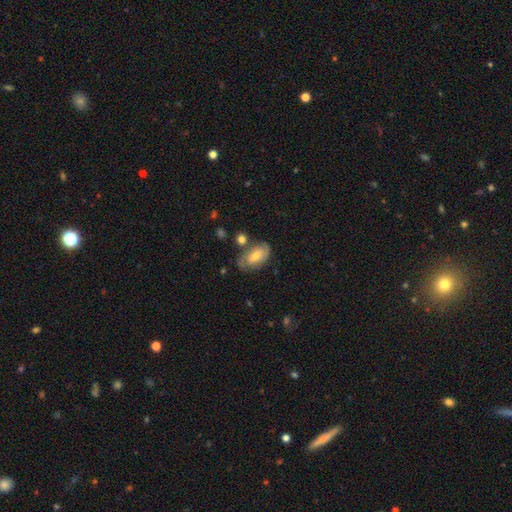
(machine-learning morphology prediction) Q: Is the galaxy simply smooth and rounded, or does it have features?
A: featured or disk — 57%.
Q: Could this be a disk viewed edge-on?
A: no — 94%.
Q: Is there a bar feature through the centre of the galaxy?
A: no — 55%.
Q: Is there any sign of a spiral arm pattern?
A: yes — 82%.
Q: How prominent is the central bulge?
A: moderate — 55%.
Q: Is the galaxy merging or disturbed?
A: none — 66%.